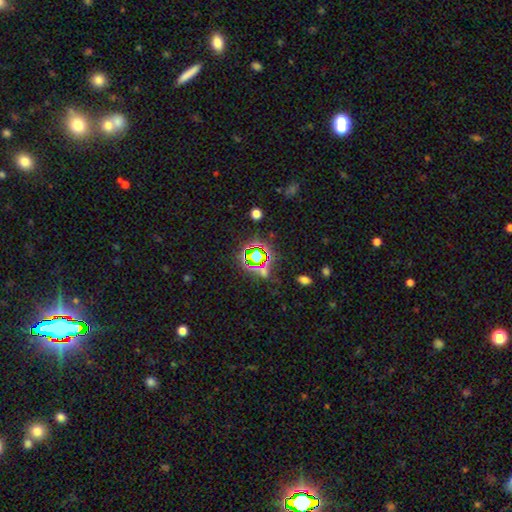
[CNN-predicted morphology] star or artifact 72%, smooth 18%, featured or disk 10%.